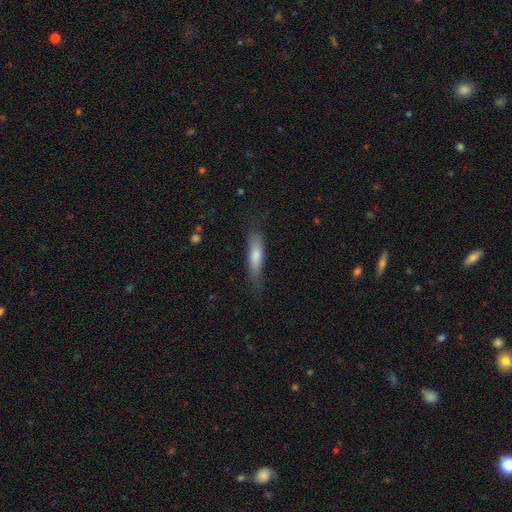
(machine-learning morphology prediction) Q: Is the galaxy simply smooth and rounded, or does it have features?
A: smooth — 73%.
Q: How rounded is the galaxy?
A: cigar-shaped — 72%.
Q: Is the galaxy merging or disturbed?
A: none — 73%.